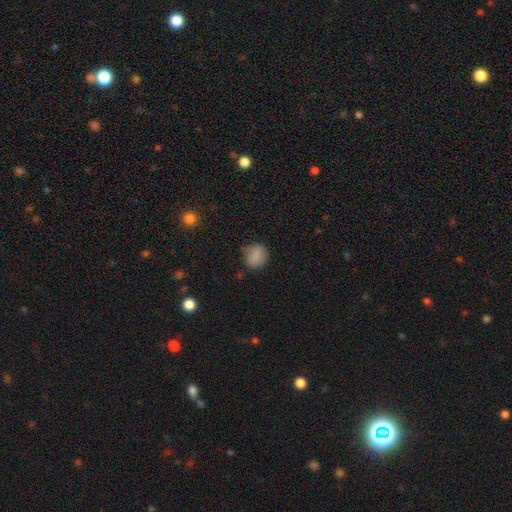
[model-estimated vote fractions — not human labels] Smooth or featured? Predicted: smooth (p=0.83). How rounded? Predicted: round (p=0.73). Merging? Predicted: none (p=0.72).